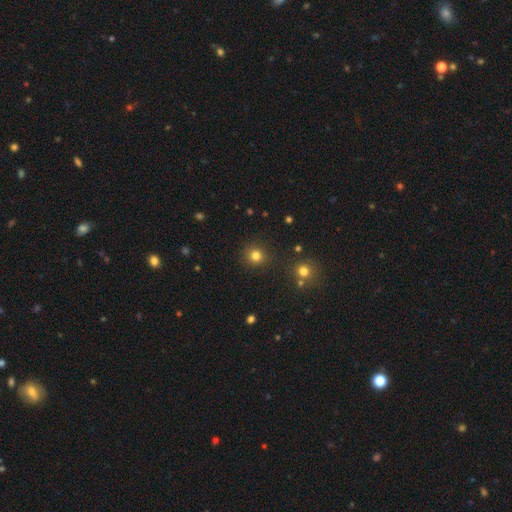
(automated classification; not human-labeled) Smooth or featured: smooth — 80% (star or artifact — 15%)
How rounded: round — 92% (in between — 7%)
Merging: none — 88% (minor disturbance — 7%)